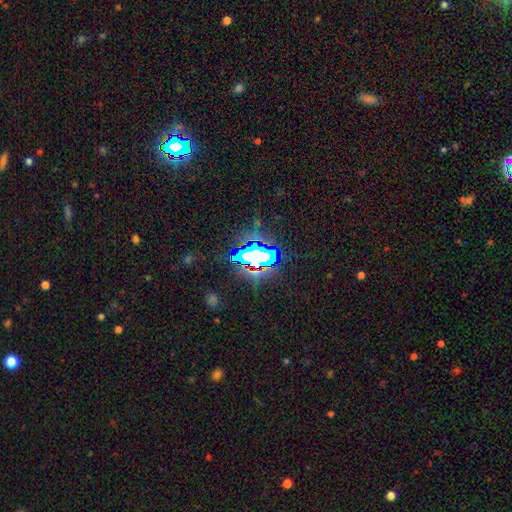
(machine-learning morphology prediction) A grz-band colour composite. It shows a star or artifact, not a galaxy (64%).